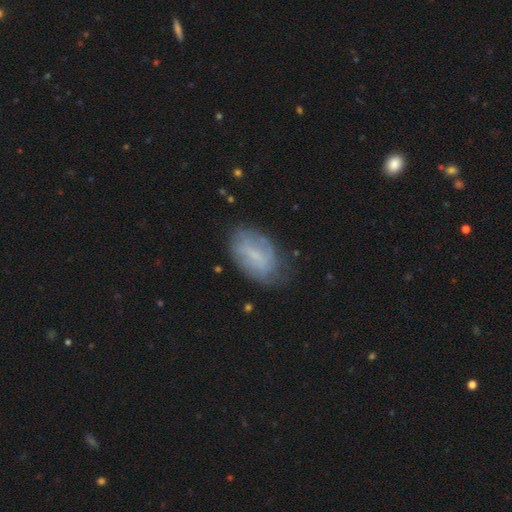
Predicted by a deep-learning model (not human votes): Morphology: type=featured or disk (47%); merging=none (64%).